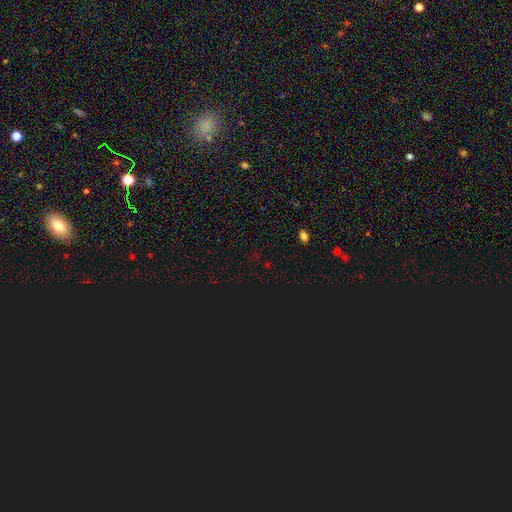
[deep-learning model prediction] star or artifact 66%, smooth 27%, featured or disk 7%.